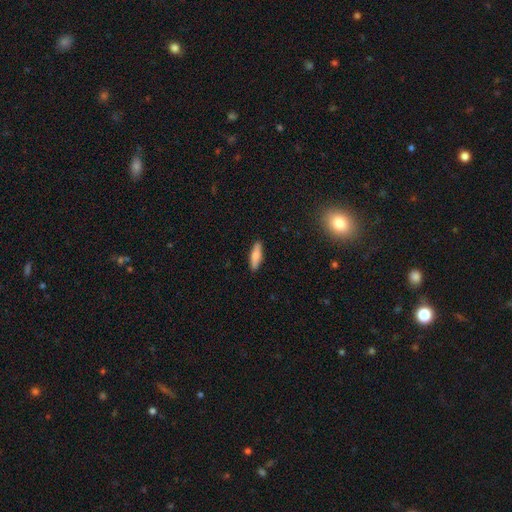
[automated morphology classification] Q: Smooth or featured?
A: smooth (74%); runner-up: featured or disk (19%)
Q: How rounded?
A: cigar-shaped (61%); runner-up: in between (37%)
Q: Merging?
A: none (90%); runner-up: minor disturbance (7%)